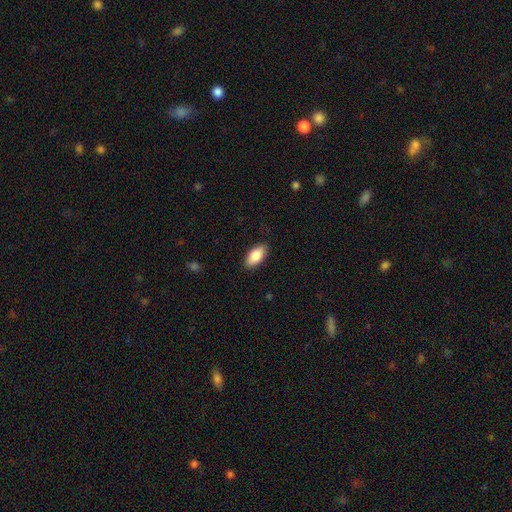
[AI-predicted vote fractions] Smooth or featured?
  - smooth: 85% *
  - featured or disk: 8%
  - star or artifact: 6%
How rounded?
  - in between: 91% *
  - cigar-shaped: 7%
  - round: 3%
Merging?
  - none: 86% *
  - minor disturbance: 10%
  - major disturbance: 2%
  - merger: 1%